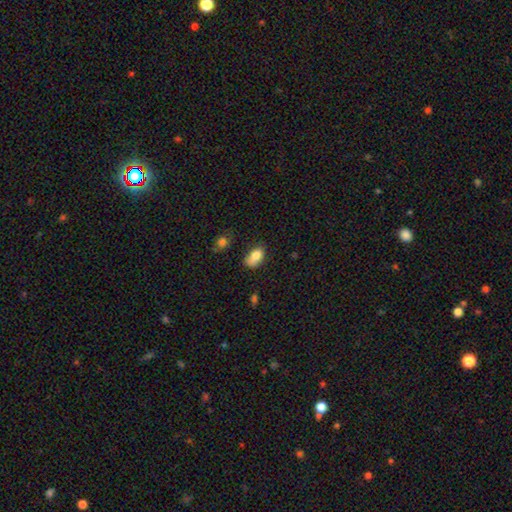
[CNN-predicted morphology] Smooth or featured: smooth — 82% (featured or disk — 9%)
How rounded: in between — 89% (round — 9%)
Merging: none — 48% (minor disturbance — 34%)